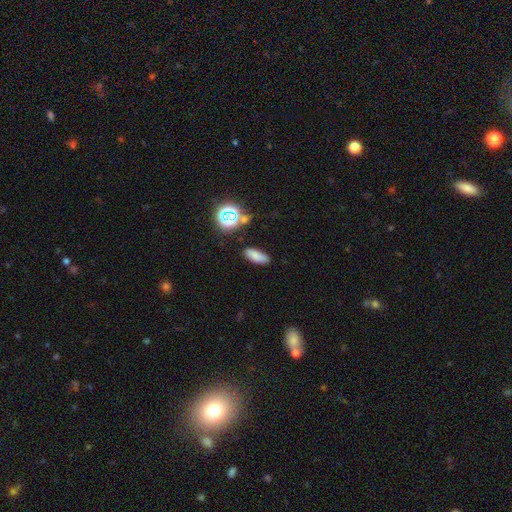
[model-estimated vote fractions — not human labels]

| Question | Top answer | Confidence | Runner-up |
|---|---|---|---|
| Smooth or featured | smooth | 76% | star or artifact (16%) |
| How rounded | in between | 70% | cigar-shaped (24%) |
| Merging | none | 83% | minor disturbance (11%) |